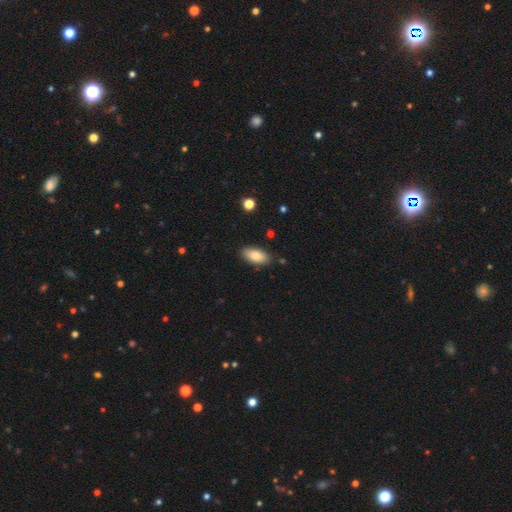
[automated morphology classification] type=smooth (81%); roundness=in between (91%); merging=none (84%).